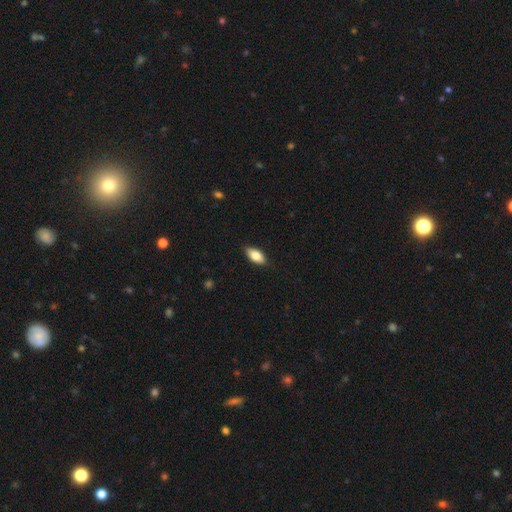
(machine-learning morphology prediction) smooth-or-featured: smooth: 80% | featured or disk: 13% | star or artifact: 6%
  how-rounded: in between: 88% | cigar-shaped: 9% | round: 3%
  merging: none: 86% | minor disturbance: 11% | major disturbance: 2% | merger: 1%